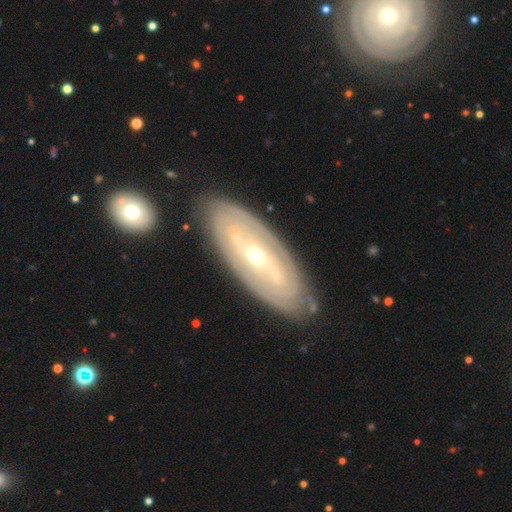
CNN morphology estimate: Smooth or featured: featured or disk — 80% (smooth — 14%)
Edge-on disk: no — 87% (yes — 13%)
Bar: no — 41% (weak — 35%)
Spiral arms: yes — 70% (no — 30%)
Bulge size: small — 51% (moderate — 46%)
Merging: none — 84% (minor disturbance — 10%)